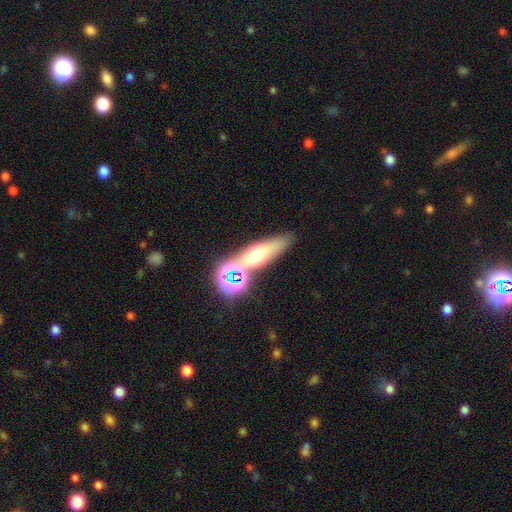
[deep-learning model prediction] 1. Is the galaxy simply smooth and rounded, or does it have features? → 46% smooth, 29% featured or disk, 25% star or artifact.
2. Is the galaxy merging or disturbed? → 64% none, 19% merger, 11% minor disturbance, 5% major disturbance.